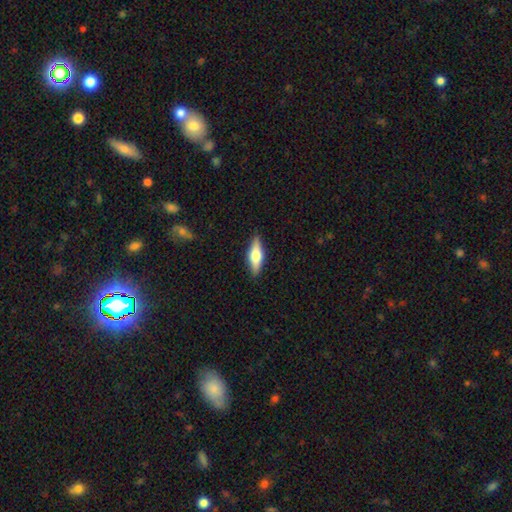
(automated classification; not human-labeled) Smooth or featured? Predicted: featured or disk (p=0.49). Merging? Predicted: none (p=0.89).